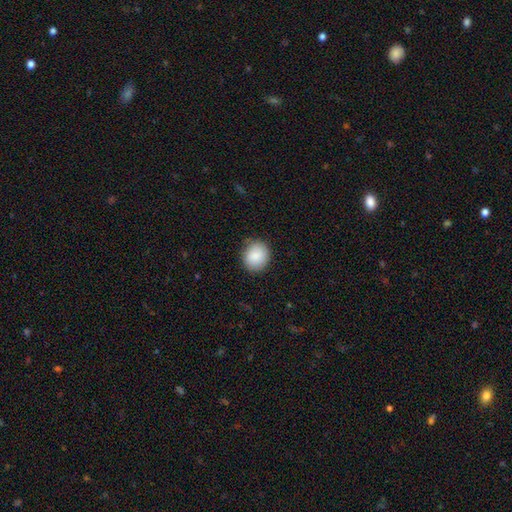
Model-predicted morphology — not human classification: Smooth or featured?
  - smooth: 89% *
  - star or artifact: 7%
  - featured or disk: 4%
How rounded?
  - round: 77% *
  - in between: 23%
  - cigar-shaped: 1%
Merging?
  - none: 86% *
  - minor disturbance: 11%
  - major disturbance: 2%
  - merger: 1%